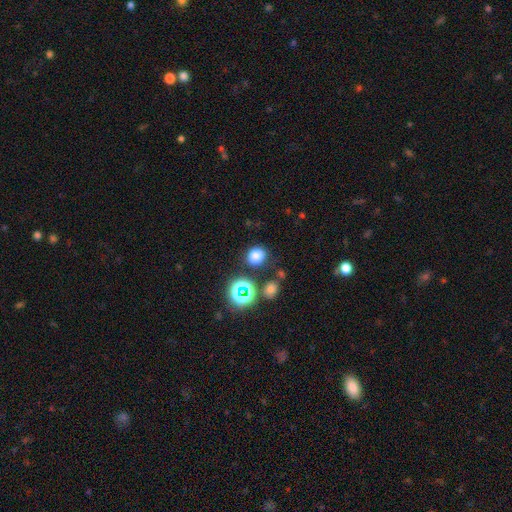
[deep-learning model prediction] Smooth or featured?
  - smooth: 74% *
  - star or artifact: 20%
  - featured or disk: 6%
How rounded?
  - round: 67% *
  - in between: 32%
  - cigar-shaped: 1%
Merging?
  - none: 79% *
  - minor disturbance: 11%
  - merger: 6%
  - major disturbance: 4%